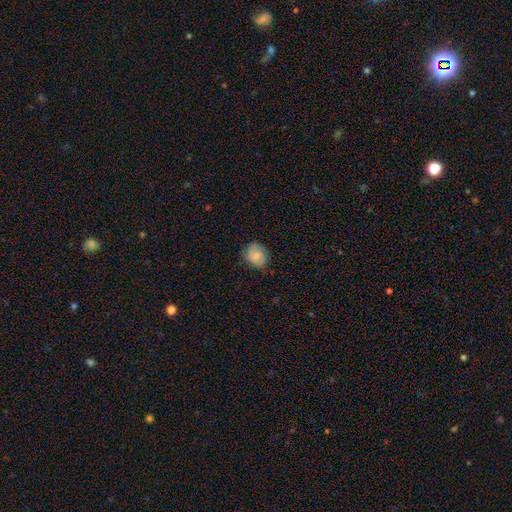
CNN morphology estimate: Smooth or featured: smooth — 75% (featured or disk — 18%)
How rounded: round — 52% (in between — 47%)
Merging: none — 73% (minor disturbance — 22%)